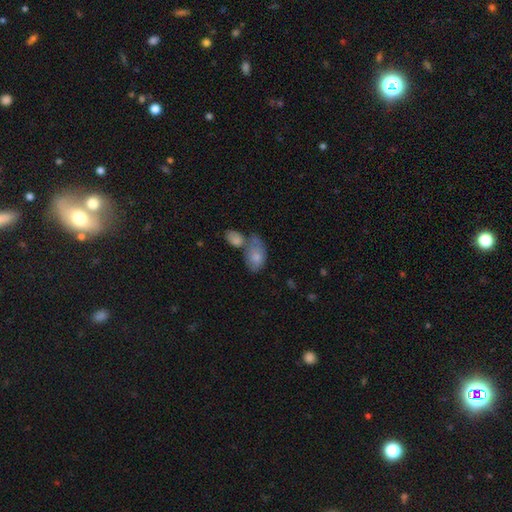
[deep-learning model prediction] smooth 77%, featured or disk 17%, star or artifact 6%. Down the decision tree: how rounded — in between (91%); merging — merger (47%).